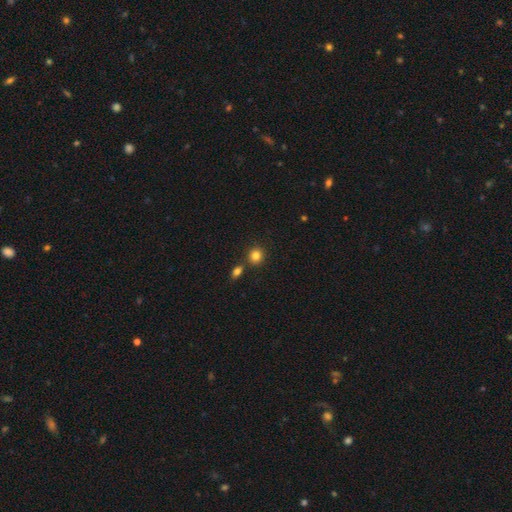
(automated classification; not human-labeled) Q: Smooth or featured?
A: smooth (84%); runner-up: star or artifact (11%)
Q: How rounded?
A: round (85%); runner-up: in between (14%)
Q: Merging?
A: none (77%); runner-up: merger (12%)